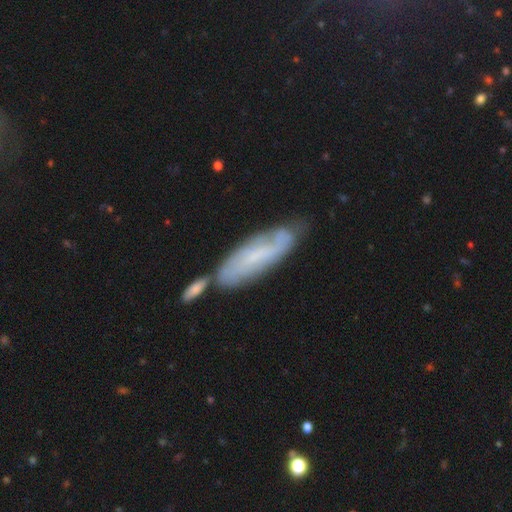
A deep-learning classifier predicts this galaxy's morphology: This is possibly a featured or disk galaxy (51%). It is likely not viewed edge-on (78%). Merging: possibly none (48%).